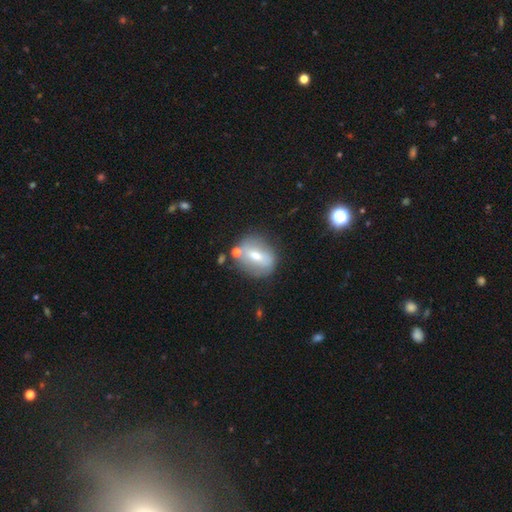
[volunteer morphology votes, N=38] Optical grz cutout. It shows a smooth galaxy with no disk features (53%) that is in between round and cigar-shaped (60%). Merging: none (58%).